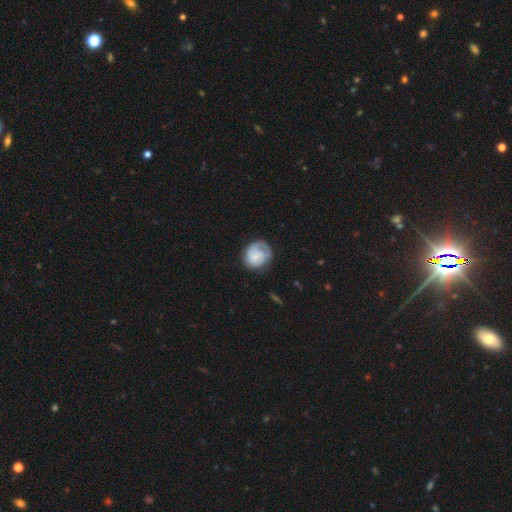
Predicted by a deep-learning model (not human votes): A smooth galaxy with no disk features (52%) that is round (75%).

Vote fractions:
- Smooth or featured? smooth: 52% / featured or disk: 42% / star or artifact: 7%
- How rounded? round: 75% / in between: 24% / cigar-shaped: 1%
- Merging? none: 58% / minor disturbance: 25% / major disturbance: 15% / merger: 2%